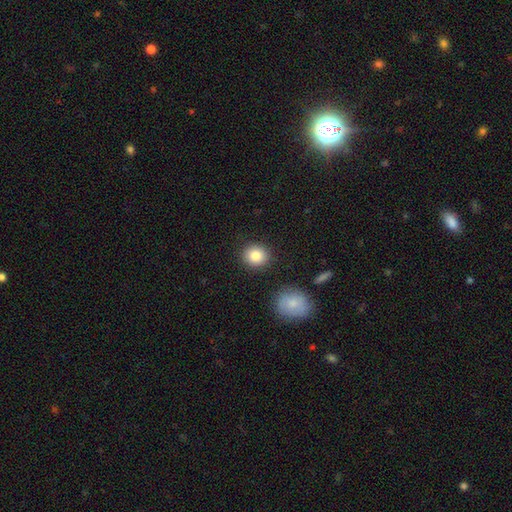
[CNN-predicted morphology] This is clearly a smooth galaxy (85%). How rounded: clearly round (80%). Merging: clearly none (88%).